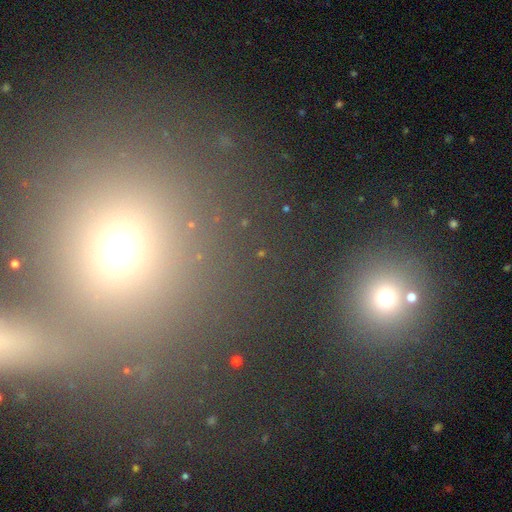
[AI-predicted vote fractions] smooth-or-featured: smooth: 60% | star or artifact: 27% | featured or disk: 12%
  how-rounded: round: 85% | in between: 14% | cigar-shaped: 1%
  merging: none: 70% | merger: 16% | minor disturbance: 8% | major disturbance: 6%